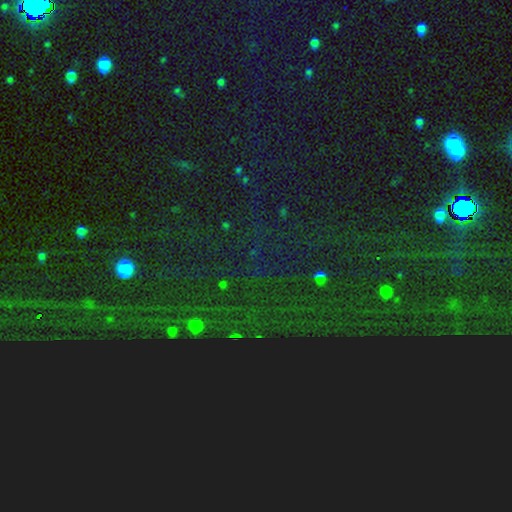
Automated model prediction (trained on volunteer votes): Overall: star or artifact (82%).